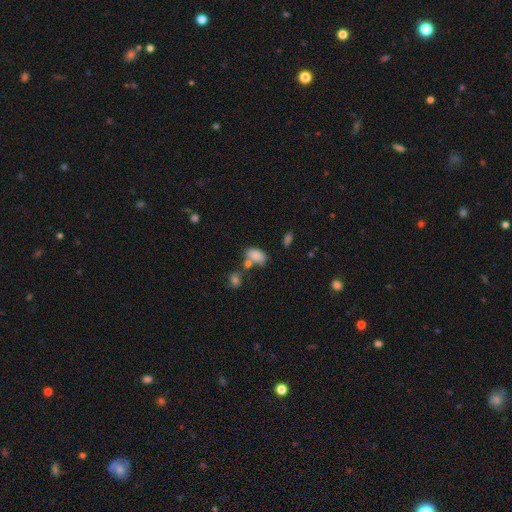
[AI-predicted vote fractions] A smooth galaxy with no disk features (83%) that is in between round and cigar-shaped (91%).

Vote fractions:
- Smooth or featured? smooth: 83% / star or artifact: 10% / featured or disk: 7%
- How rounded? in between: 91% / round: 7% / cigar-shaped: 2%
- Merging? none: 48% / merger: 27% / minor disturbance: 17% / major disturbance: 8%